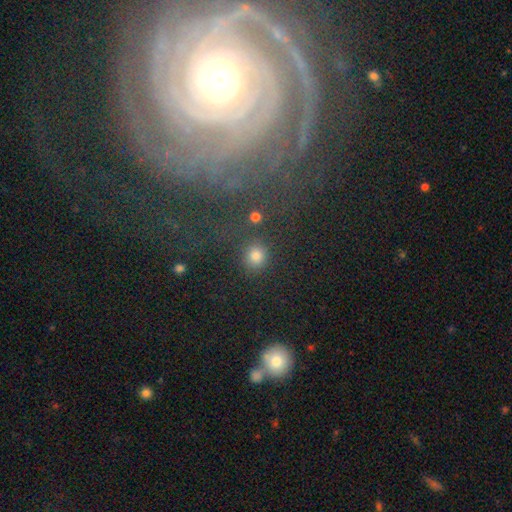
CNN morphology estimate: Overall: smooth (77%). How rounded: round (87%). Merging: none (82%).